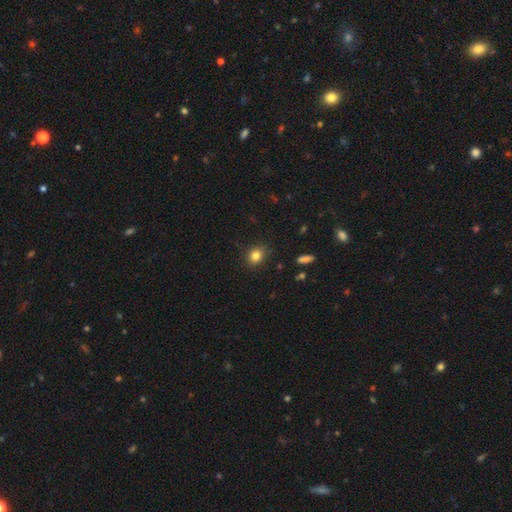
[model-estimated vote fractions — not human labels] smooth 82%, star or artifact 12%, featured or disk 6%. Down the decision tree: how rounded — round (75%); merging — none (84%).